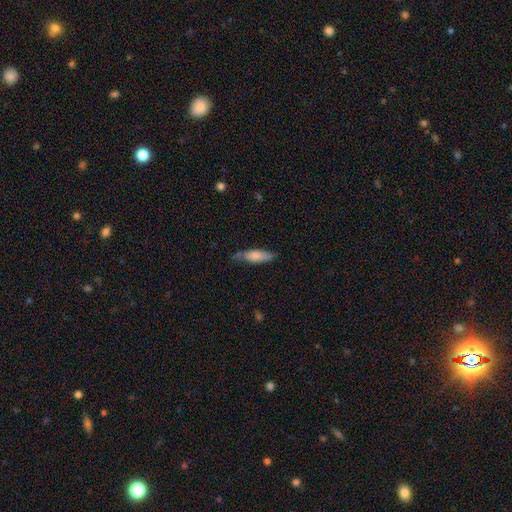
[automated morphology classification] smooth-or-featured: smooth: 75% | featured or disk: 19% | star or artifact: 6%
  how-rounded: cigar-shaped: 51% | in between: 47% | round: 2%
  merging: none: 61% | minor disturbance: 30% | major disturbance: 7% | merger: 2%